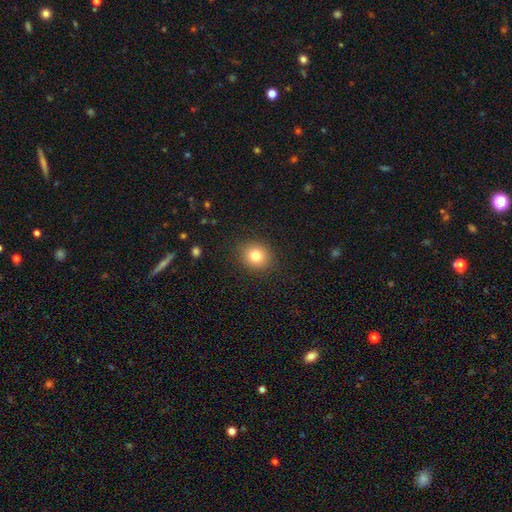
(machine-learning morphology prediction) Smooth or featured: smooth — 80% (star or artifact — 11%)
How rounded: round — 79% (in between — 20%)
Merging: none — 88% (minor disturbance — 8%)